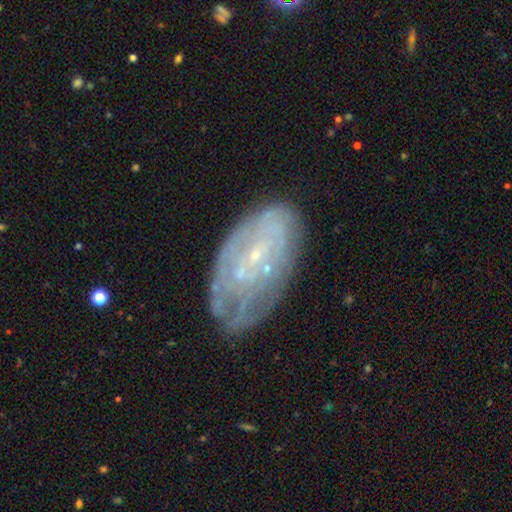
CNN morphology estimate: smooth_or_featured: featured or disk (p=0.68) [alt: smooth p=0.22]
disk_edge_on: no (p=0.93) [alt: yes p=0.07]
bar: no (p=0.63) [alt: weak p=0.28]
has_spiral_arms: yes (p=0.54) [alt: no p=0.46]
bulge_size: small (p=0.80) [alt: none p=0.10]
merging: none (p=0.60) [alt: minor disturbance p=0.24]